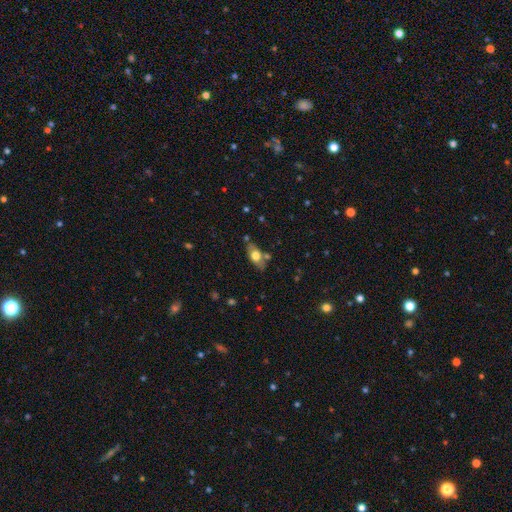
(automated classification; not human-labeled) This appears to be a smooth galaxy with no disk features (62%) that is in between round and cigar-shaped (82%). Merging: none (71%).